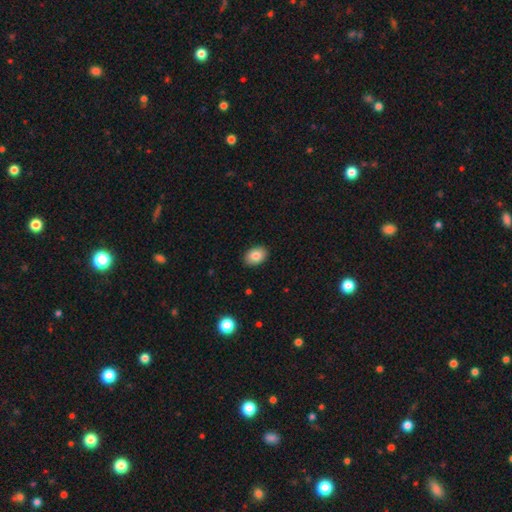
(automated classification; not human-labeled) Morphology: type=smooth (85%); roundness=in between (83%); merging=none (90%).